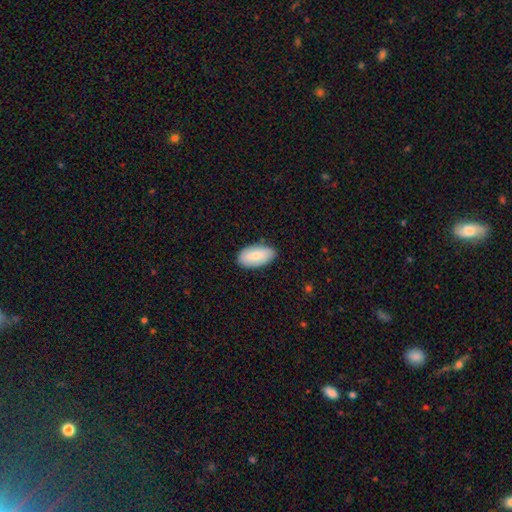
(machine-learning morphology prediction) Q: Smooth or featured?
A: smooth (81%); runner-up: featured or disk (13%)
Q: How rounded?
A: in between (94%); runner-up: cigar-shaped (3%)
Q: Merging?
A: none (84%); runner-up: minor disturbance (13%)